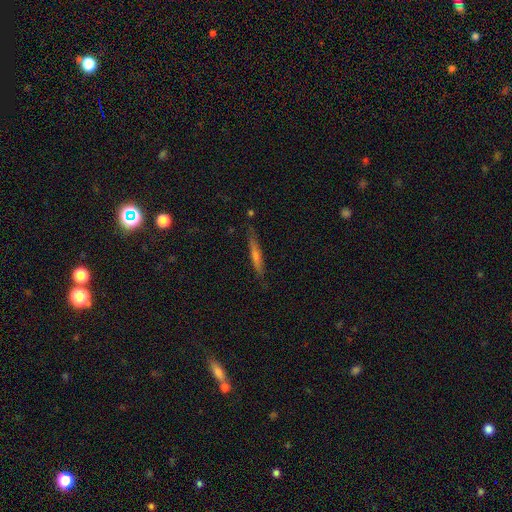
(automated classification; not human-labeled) A featured or disk galaxy (47%). Merging: none (83%).